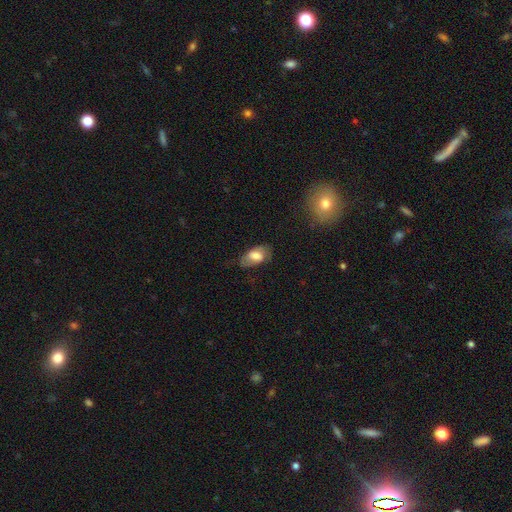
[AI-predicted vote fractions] A smooth galaxy with no disk features (66%) that is in between round and cigar-shaped (91%).

Vote fractions:
- Smooth or featured? smooth: 66% / featured or disk: 27% / star or artifact: 8%
- How rounded? in between: 91% / round: 5% / cigar-shaped: 4%
- Merging? none: 58% / minor disturbance: 28% / major disturbance: 13% / merger: 2%